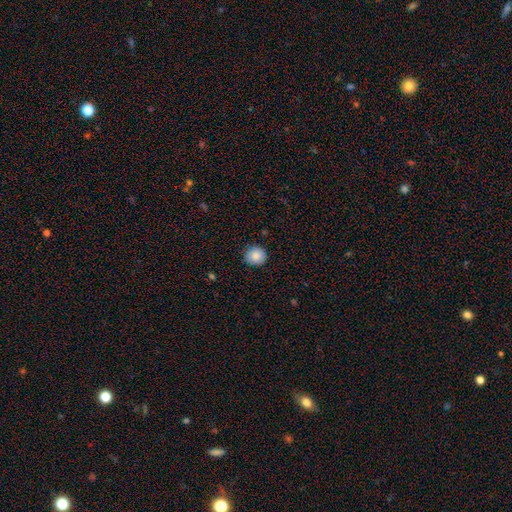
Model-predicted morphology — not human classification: Q: Smooth or featured?
A: smooth (87%); runner-up: star or artifact (8%)
Q: How rounded?
A: round (89%); runner-up: in between (10%)
Q: Merging?
A: none (87%); runner-up: minor disturbance (10%)